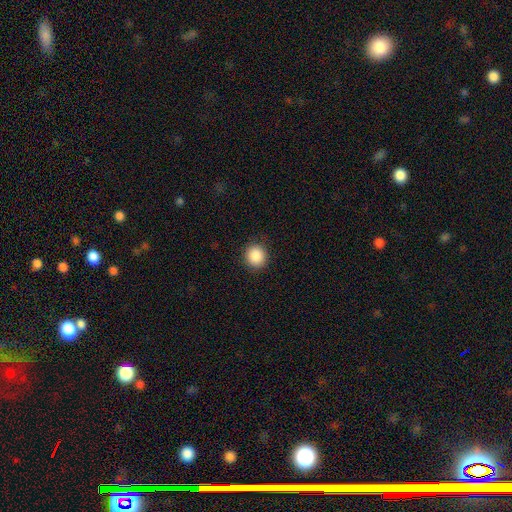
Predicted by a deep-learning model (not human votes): smooth_or_featured: smooth (p=0.89) [alt: star or artifact p=0.09]
how_rounded: round (p=0.89) [alt: in between p=0.10]
merging: none (p=0.91) [alt: minor disturbance p=0.06]